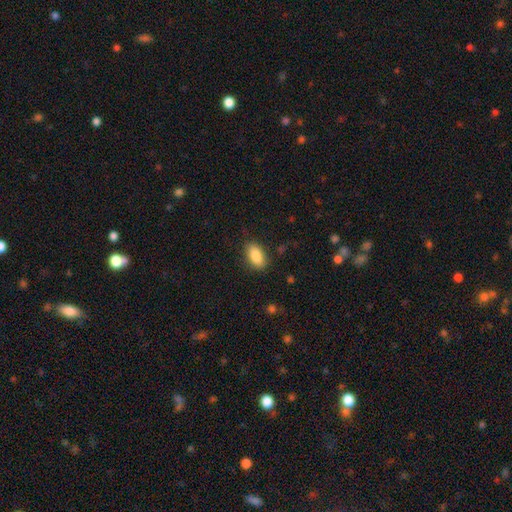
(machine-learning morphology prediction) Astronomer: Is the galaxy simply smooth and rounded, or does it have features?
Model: smooth — 88%.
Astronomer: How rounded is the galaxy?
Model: in between — 92%.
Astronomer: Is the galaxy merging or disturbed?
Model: none — 84%.